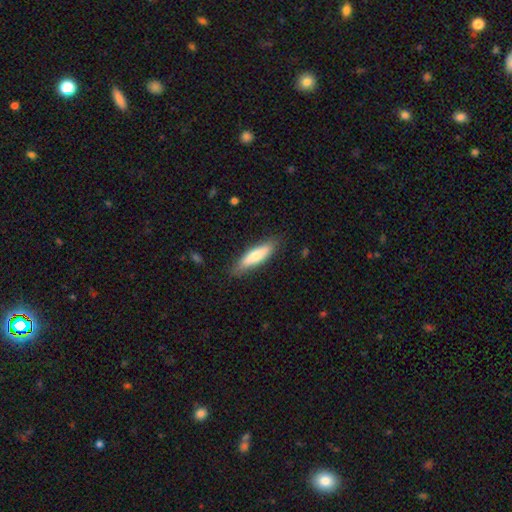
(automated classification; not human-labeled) This appears to be a smooth galaxy with no disk features (70%) that is cigar-shaped (63%). Merging: none (81%).